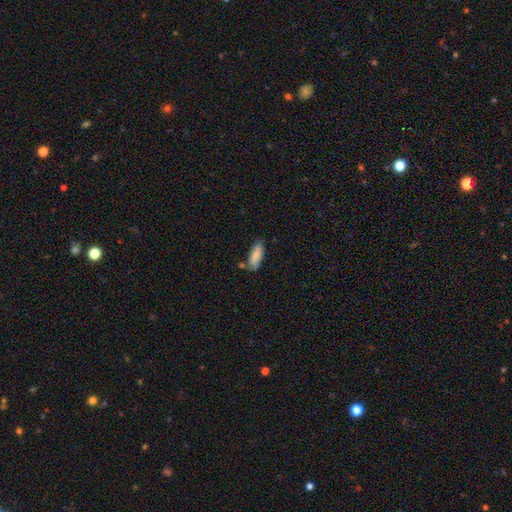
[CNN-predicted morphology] A smooth galaxy with no disk features (84%) that is in between round and cigar-shaped (68%).

Vote fractions:
- Smooth or featured? smooth: 84% / featured or disk: 10% / star or artifact: 6%
- How rounded? in between: 68% / cigar-shaped: 30% / round: 2%
- Merging? none: 69% / minor disturbance: 19% / merger: 8% / major disturbance: 4%